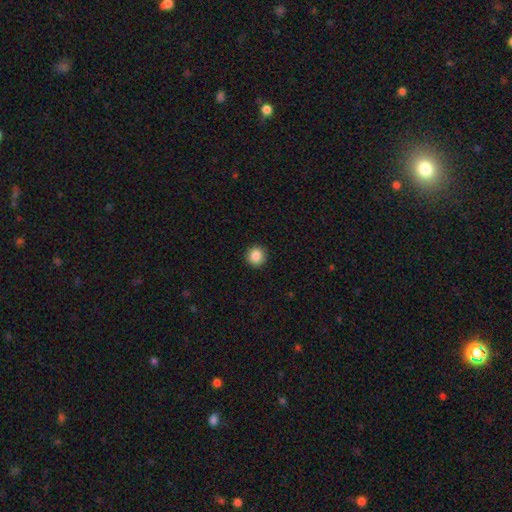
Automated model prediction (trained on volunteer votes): A smooth galaxy with no disk features (87%) that is round (94%).

Vote fractions:
- Smooth or featured? smooth: 87% / star or artifact: 9% / featured or disk: 4%
- How rounded? round: 94% / in between: 5% / cigar-shaped: 1%
- Merging? none: 93% / minor disturbance: 5% / major disturbance: 2% / merger: 1%